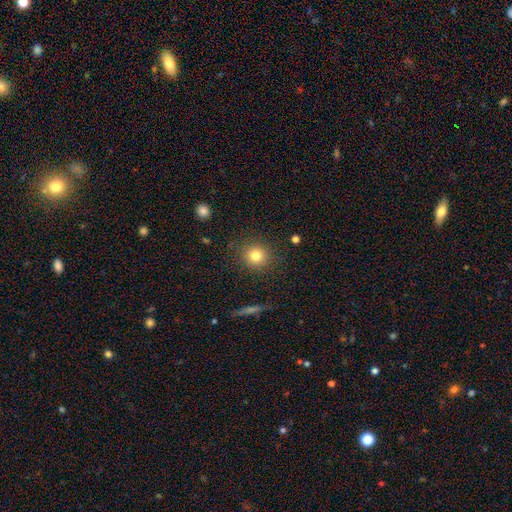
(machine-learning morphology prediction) Smooth or featured?
  - smooth: 80% *
  - star or artifact: 12%
  - featured or disk: 8%
How rounded?
  - round: 90% *
  - in between: 8%
  - cigar-shaped: 1%
Merging?
  - none: 88% *
  - minor disturbance: 8%
  - major disturbance: 3%
  - merger: 1%